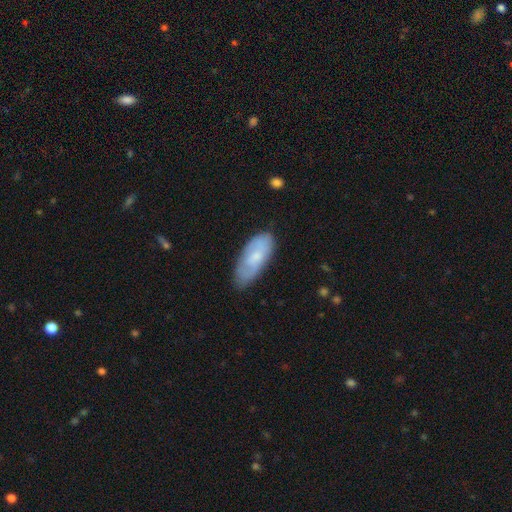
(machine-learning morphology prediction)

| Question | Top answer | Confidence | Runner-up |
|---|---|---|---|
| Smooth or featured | smooth | 58% | featured or disk (35%) |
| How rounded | in between | 83% | cigar-shaped (15%) |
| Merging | none | 71% | minor disturbance (23%) |